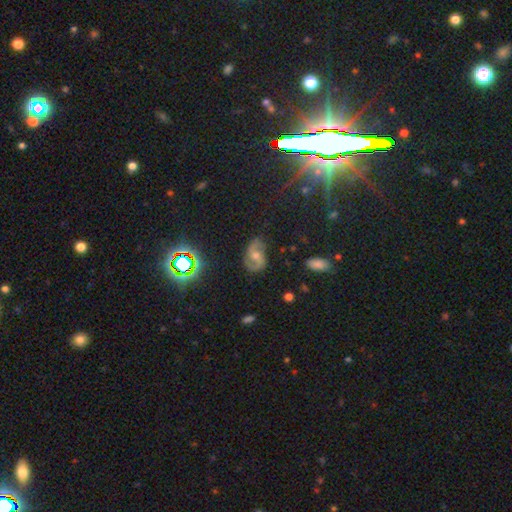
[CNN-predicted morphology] A featured or disk galaxy (64%) with no bar (51%), 2 (89%) medium (47%) spiral arms (91%) and a moderate central bulge (62%). Merging: none (76%).